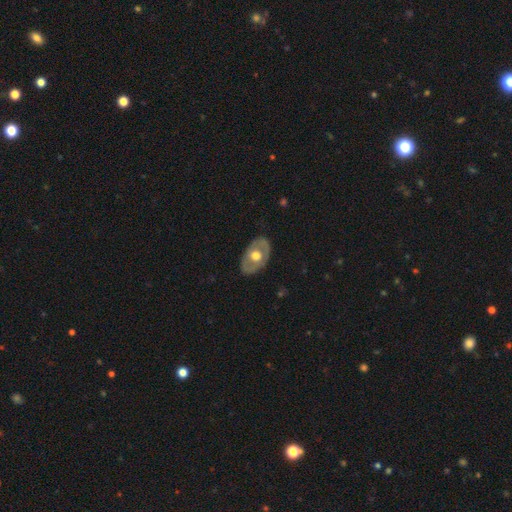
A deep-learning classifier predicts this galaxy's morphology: Smooth or featured? Predicted: featured or disk (p=0.55). Edge-on disk? Predicted: no (p=0.89). Merging? Predicted: none (p=0.81).